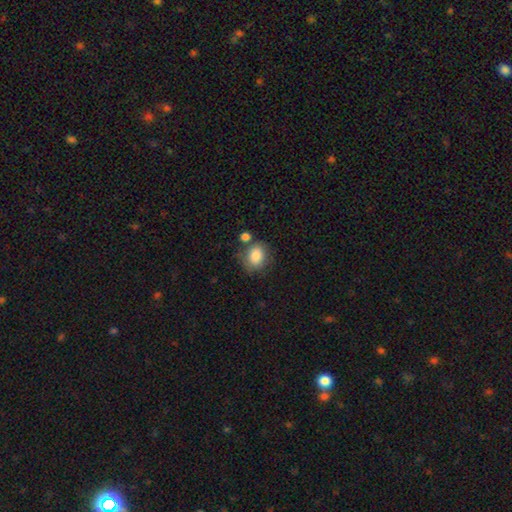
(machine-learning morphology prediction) Smooth or featured?
  - smooth: 84% *
  - star or artifact: 8%
  - featured or disk: 8%
How rounded?
  - in between: 50% *
  - round: 49%
  - cigar-shaped: 1%
Merging?
  - none: 61% *
  - minor disturbance: 18%
  - merger: 15%
  - major disturbance: 6%